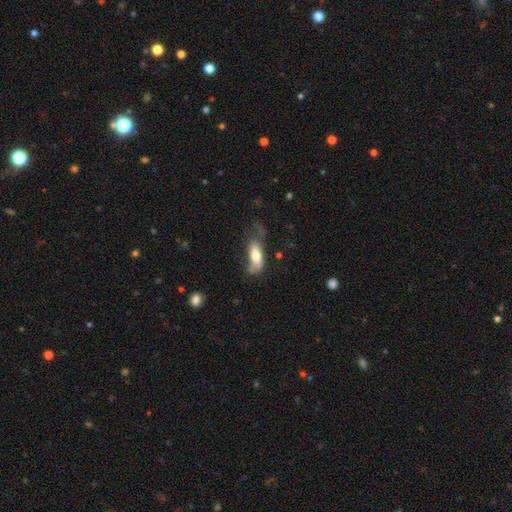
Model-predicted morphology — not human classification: This is likely a smooth galaxy (66%). How rounded: likely in between (72%). Merging: marginally none (35%).